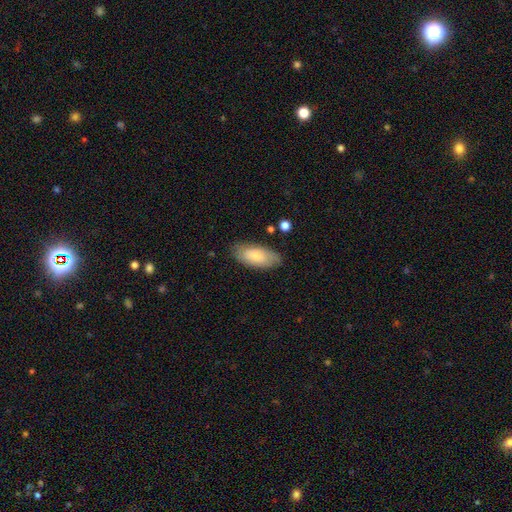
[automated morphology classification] A smooth galaxy with no disk features (75%) that is in between round and cigar-shaped (90%). Merging: none (78%).